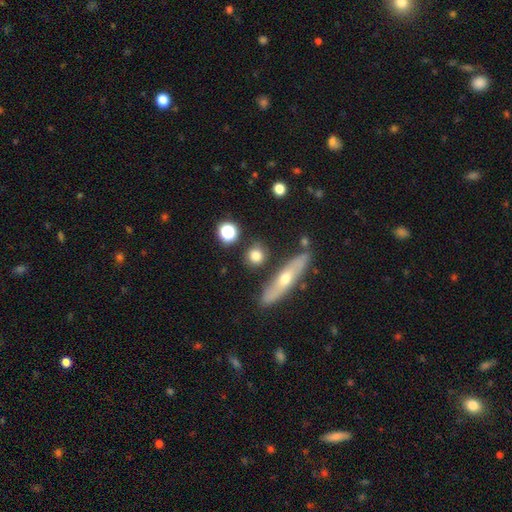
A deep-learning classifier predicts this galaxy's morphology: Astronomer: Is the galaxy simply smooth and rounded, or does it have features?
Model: smooth — 76%.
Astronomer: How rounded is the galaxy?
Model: round — 73%.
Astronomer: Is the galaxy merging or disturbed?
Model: none — 80%.